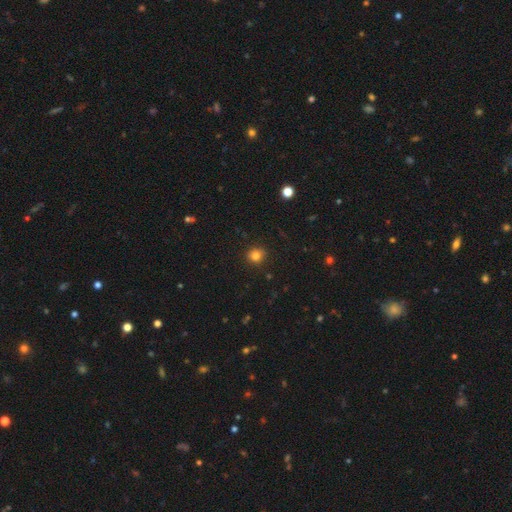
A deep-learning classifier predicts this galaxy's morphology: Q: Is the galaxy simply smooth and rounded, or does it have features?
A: smooth — 82%.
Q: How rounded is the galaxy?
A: round — 85%.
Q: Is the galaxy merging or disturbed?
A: none — 89%.